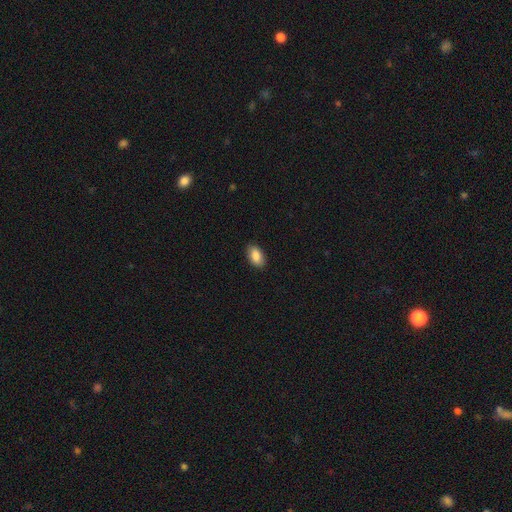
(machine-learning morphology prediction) Smooth or featured? smooth (87%)
How rounded? in between (93%)
Merging? none (88%)